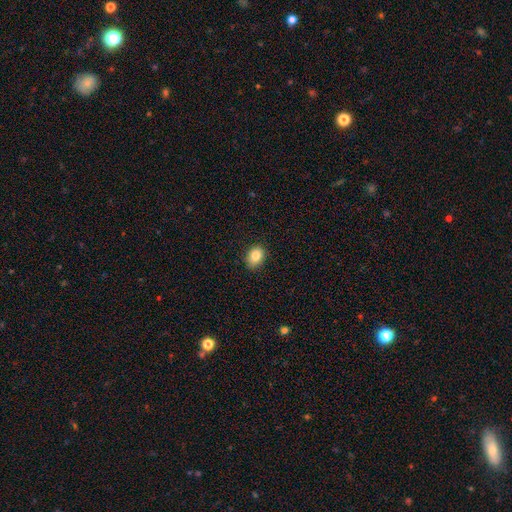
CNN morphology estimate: The model was most divided on "how rounded": in between: 66%, round: 33%, cigar-shaped: 1%. More confident: merging — none (87%); smooth or featured — smooth (85%).